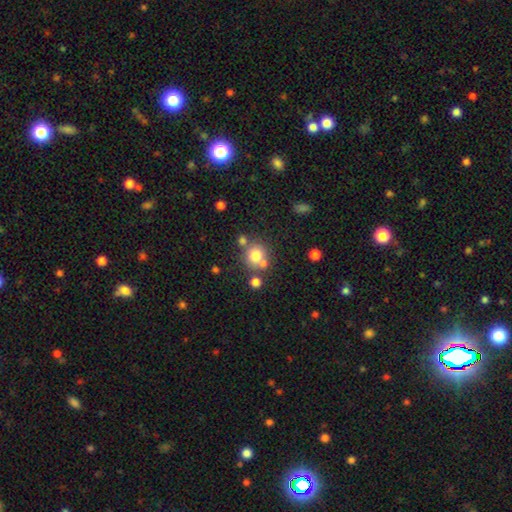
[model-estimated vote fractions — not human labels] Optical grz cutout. It shows a smooth galaxy with no disk features (74%) that is round (87%). Merging: none (64%).